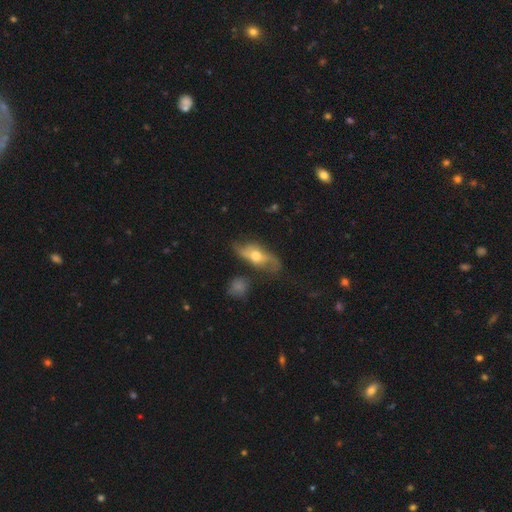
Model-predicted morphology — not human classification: smooth_or_featured: featured or disk (p=0.57) [alt: smooth p=0.36]
disk_edge_on: no (p=0.71) [alt: yes p=0.29]
merging: none (p=0.60) [alt: minor disturbance p=0.24]